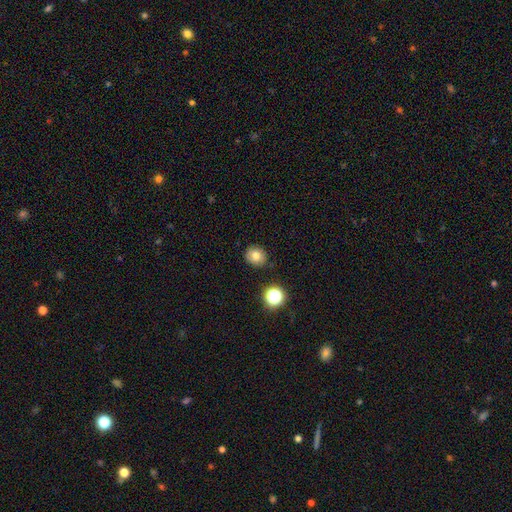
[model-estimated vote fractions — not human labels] This is likely a smooth galaxy (76%). How rounded: likely round (77%). Merging: clearly none (86%).